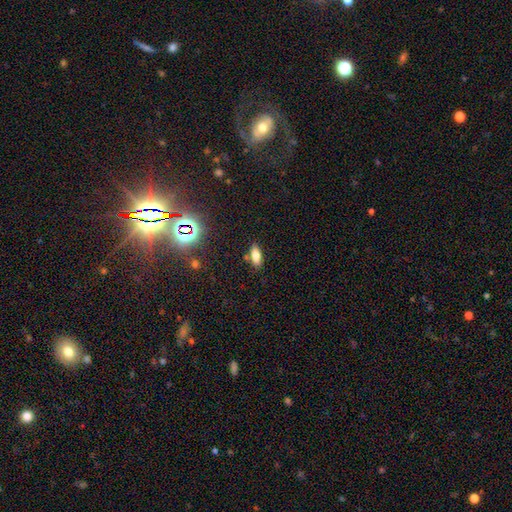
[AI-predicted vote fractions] smooth-or-featured: smooth: 72% | star or artifact: 14% | featured or disk: 13%
  how-rounded: in between: 79% | cigar-shaped: 17% | round: 4%
  merging: none: 81% | minor disturbance: 12% | merger: 4% | major disturbance: 3%